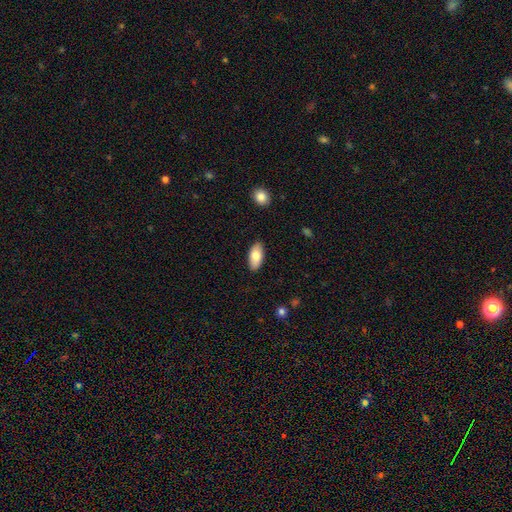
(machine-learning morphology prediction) Smooth or featured?
  - smooth: 79% *
  - featured or disk: 14%
  - star or artifact: 6%
How rounded?
  - in between: 91% *
  - cigar-shaped: 7%
  - round: 2%
Merging?
  - none: 88% *
  - minor disturbance: 9%
  - major disturbance: 2%
  - merger: 1%